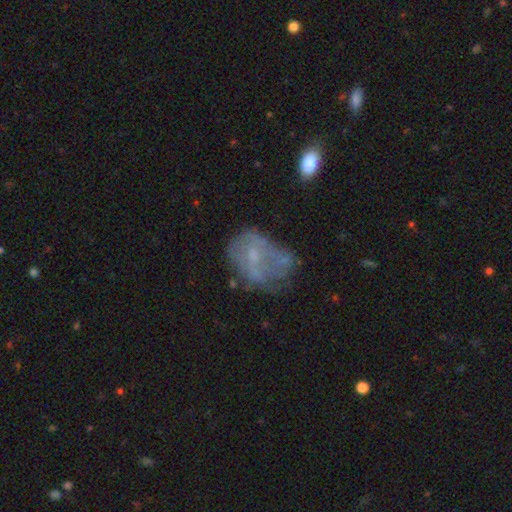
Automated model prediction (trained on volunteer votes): Smooth or featured?
  - featured or disk: 52% *
  - smooth: 36%
  - star or artifact: 12%
Edge-on disk?
  - no: 97% *
  - yes: 3%
Bar?
  - no: 71% *
  - weak: 25%
  - strong: 5%
Spiral arms?
  - no: 72% *
  - yes: 28%
Bulge size?
  - small: 52% *
  - none: 23%
  - moderate: 23%
  - large: 1%
  - dominant: 1%
Merging?
  - none: 35% *
  - major disturbance: 28%
  - minor disturbance: 27%
  - merger: 9%